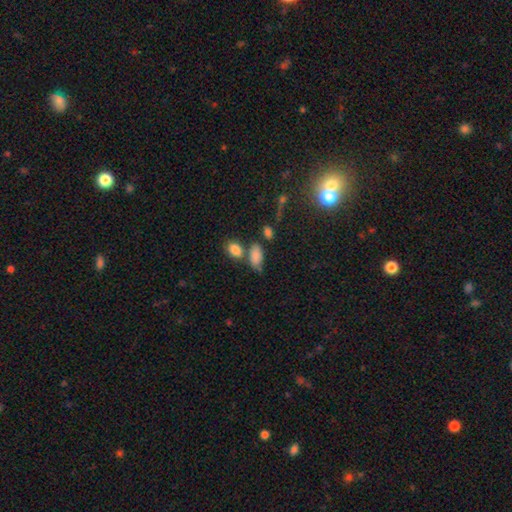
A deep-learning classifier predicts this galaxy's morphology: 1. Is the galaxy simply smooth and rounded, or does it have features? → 84% smooth, 9% star or artifact, 7% featured or disk.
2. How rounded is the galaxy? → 91% in between, 6% round, 4% cigar-shaped.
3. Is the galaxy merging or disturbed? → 55% none, 23% merger, 17% minor disturbance, 6% major disturbance.